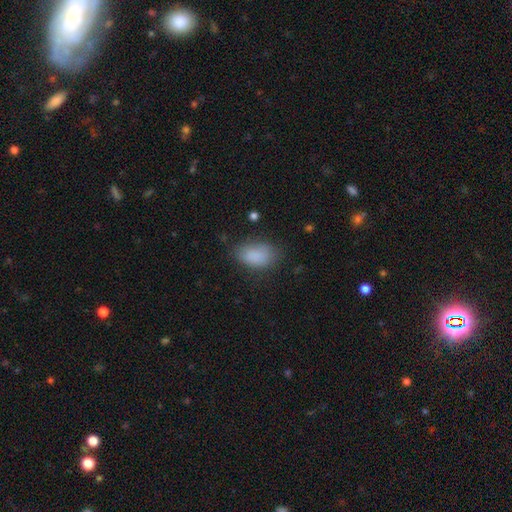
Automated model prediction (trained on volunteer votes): A smooth galaxy with no disk features (86%) that is in between round and cigar-shaped (88%). Merging: none (68%).